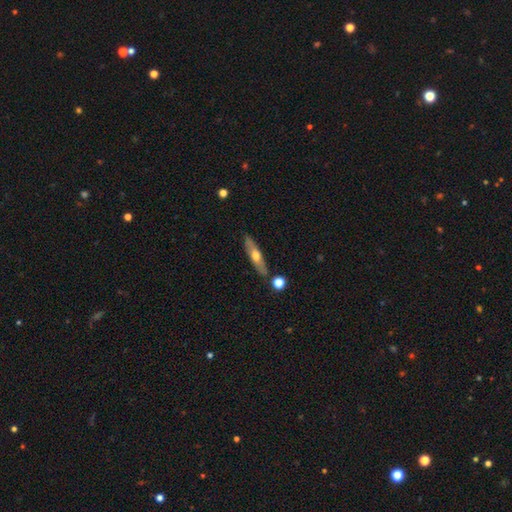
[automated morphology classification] Smooth or featured? featured or disk (49%)
Merging? none (83%)